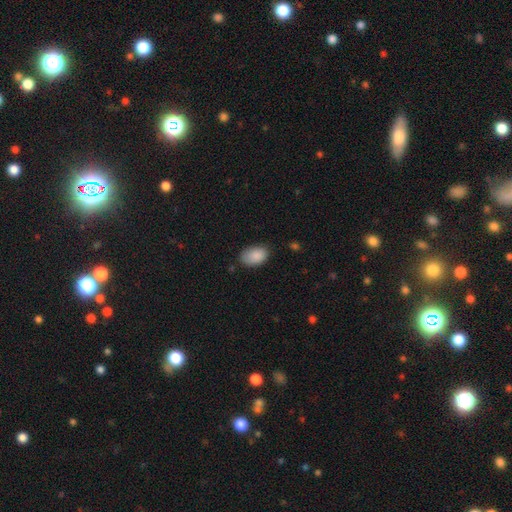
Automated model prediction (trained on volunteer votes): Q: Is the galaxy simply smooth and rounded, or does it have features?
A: smooth — 88%.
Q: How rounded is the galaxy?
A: in between — 91%.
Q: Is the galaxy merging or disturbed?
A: none — 74%.